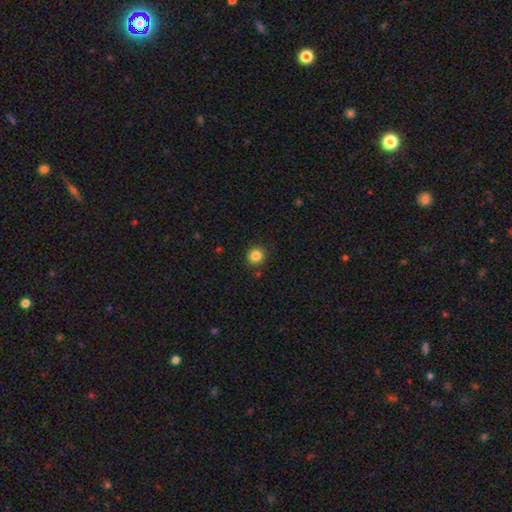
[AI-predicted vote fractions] Overall: smooth (84%). How rounded: round (93%). Merging: none (90%).